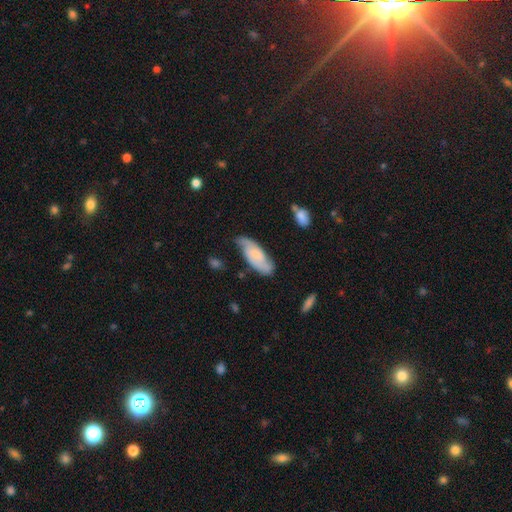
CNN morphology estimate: Overall: featured or disk (52%; smooth 42%). Edge-on disk: no (89%). Merging: none (65%; minor disturbance 26%).